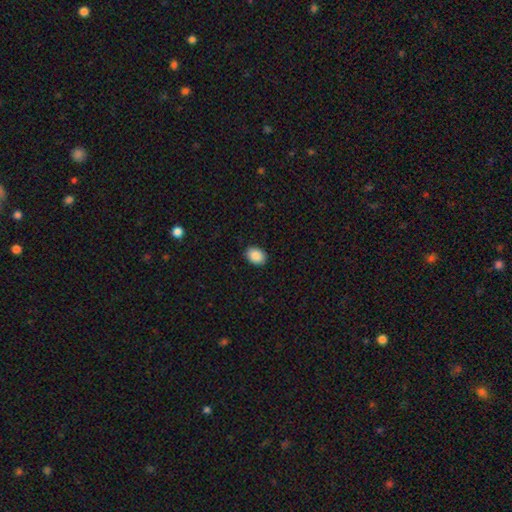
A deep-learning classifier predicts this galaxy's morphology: Smooth or featured? Predicted: smooth (p=0.90). How rounded? Predicted: in between (p=0.75). Merging? Predicted: none (p=0.90).